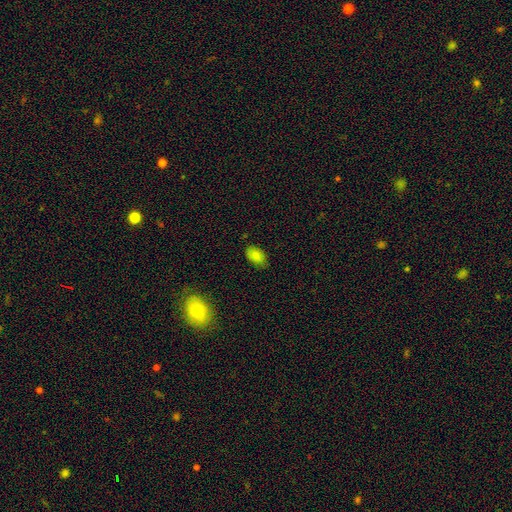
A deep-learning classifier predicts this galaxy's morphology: Smooth or featured? smooth (82%)
How rounded? in between (90%)
Merging? none (82%)